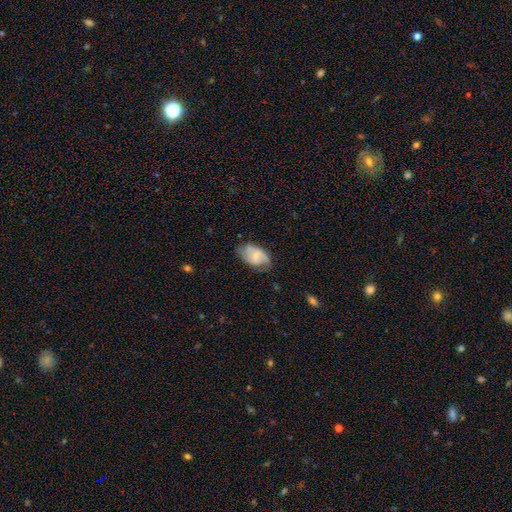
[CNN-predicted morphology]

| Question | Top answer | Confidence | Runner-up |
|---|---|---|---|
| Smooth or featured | featured or disk | 53% | smooth (40%) |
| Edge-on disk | no | 95% | yes (5%) |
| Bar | no | 48% | weak (42%) |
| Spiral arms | yes | 81% | no (19%) |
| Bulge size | small | 53% | moderate (35%) |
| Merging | none | 59% | minor disturbance (29%) |